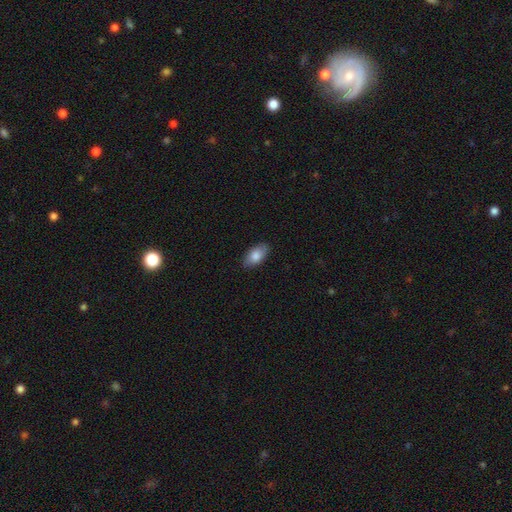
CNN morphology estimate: smooth-or-featured: smooth: 82% | featured or disk: 12% | star or artifact: 6%
  how-rounded: in between: 92% | round: 4% | cigar-shaped: 4%
  merging: none: 86% | minor disturbance: 11% | major disturbance: 2% | merger: 1%